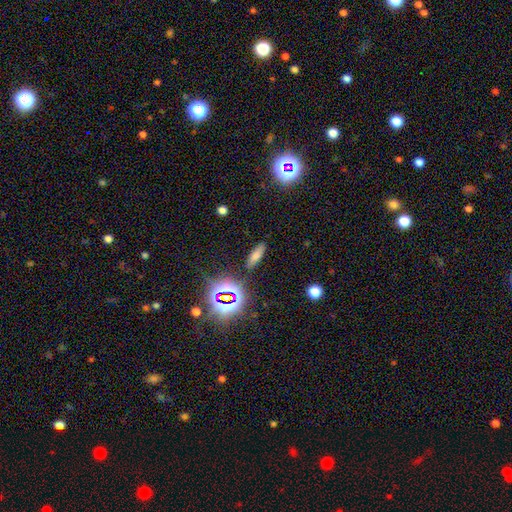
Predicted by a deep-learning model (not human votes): Smooth or featured? Predicted: smooth (p=0.69). How rounded? Predicted: in between (p=0.54). Merging? Predicted: none (p=0.84).